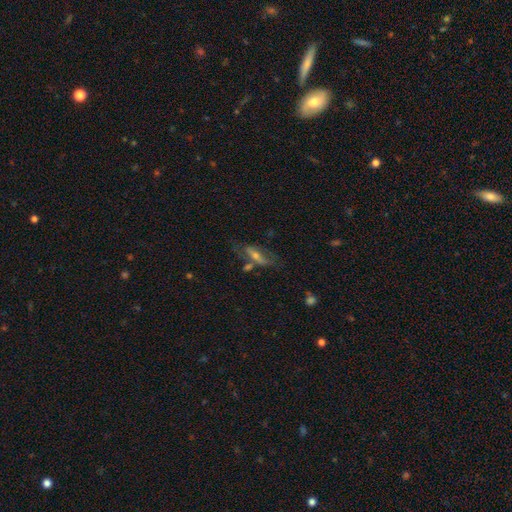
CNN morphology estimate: type=featured or disk (56%); edge-on=no (58%); merging=none (55%).